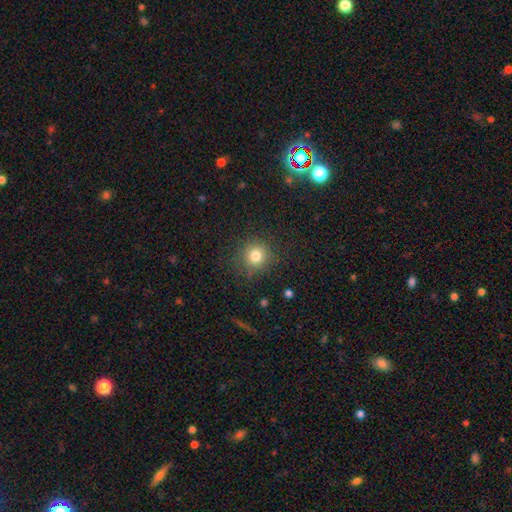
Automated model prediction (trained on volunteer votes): Smooth or featured? Predicted: smooth (p=0.79). How rounded? Predicted: round (p=0.93). Merging? Predicted: none (p=0.85).